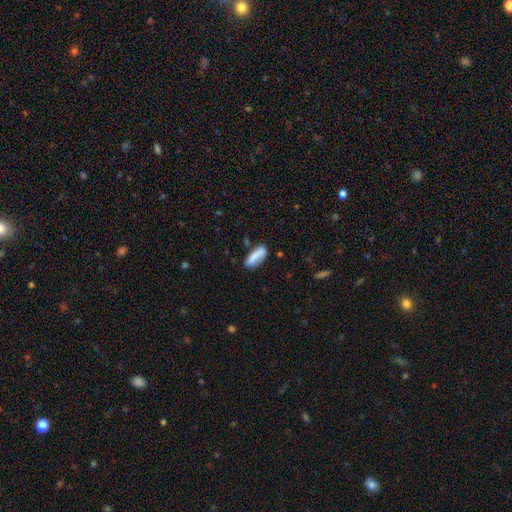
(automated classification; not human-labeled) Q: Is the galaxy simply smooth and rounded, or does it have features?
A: smooth — 80%.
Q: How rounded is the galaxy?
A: in between — 61%.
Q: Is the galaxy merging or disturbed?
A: none — 71%.